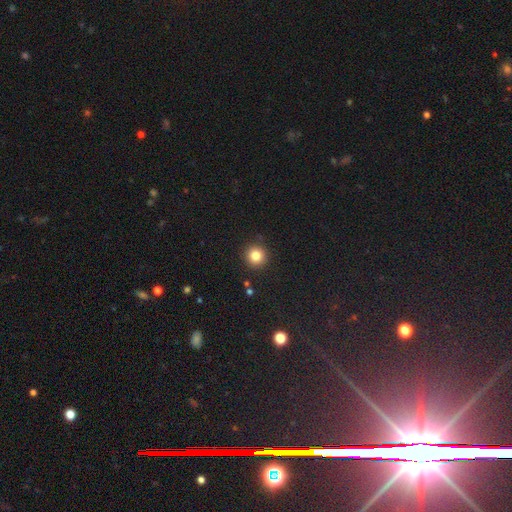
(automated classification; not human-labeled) Smooth or featured? Predicted: smooth (p=0.83). How rounded? Predicted: round (p=0.95). Merging? Predicted: none (p=0.91).